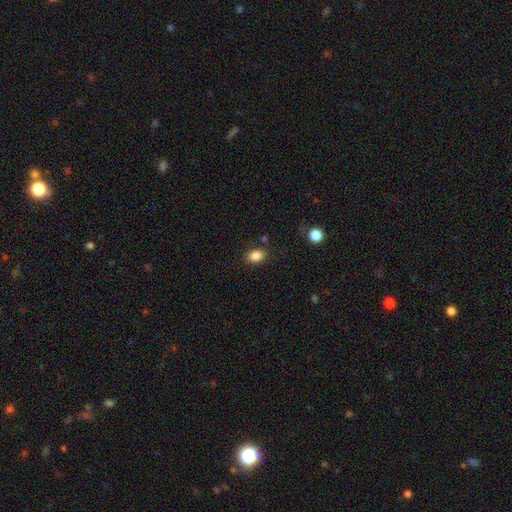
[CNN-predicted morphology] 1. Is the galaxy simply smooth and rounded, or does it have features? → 86% smooth, 10% star or artifact, 4% featured or disk.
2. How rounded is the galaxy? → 78% in between, 21% round, 1% cigar-shaped.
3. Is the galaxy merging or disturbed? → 83% none, 11% minor disturbance, 3% major disturbance, 3% merger.